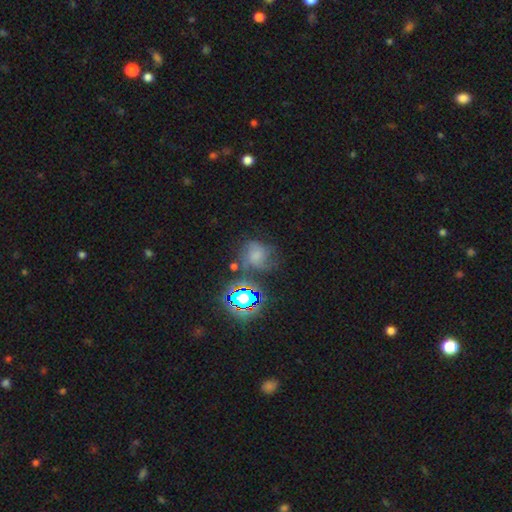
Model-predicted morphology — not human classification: This appears to be a smooth galaxy with no disk features (42%). Merging: none (49%).